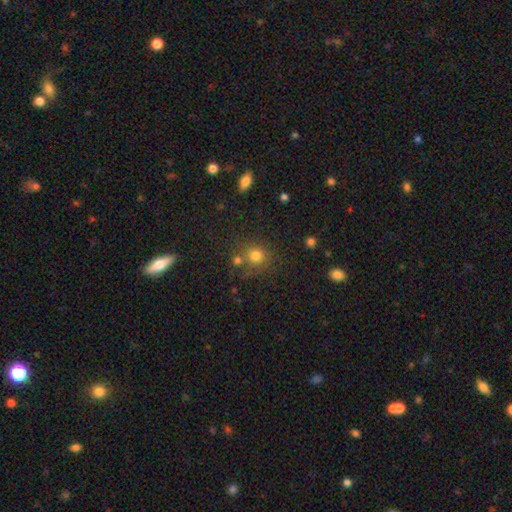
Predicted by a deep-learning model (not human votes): The model was most divided on "merging": none: 67%, merger: 18%, minor disturbance: 10%, major disturbance: 5%. More confident: how rounded — round (88%); smooth or featured — smooth (76%).